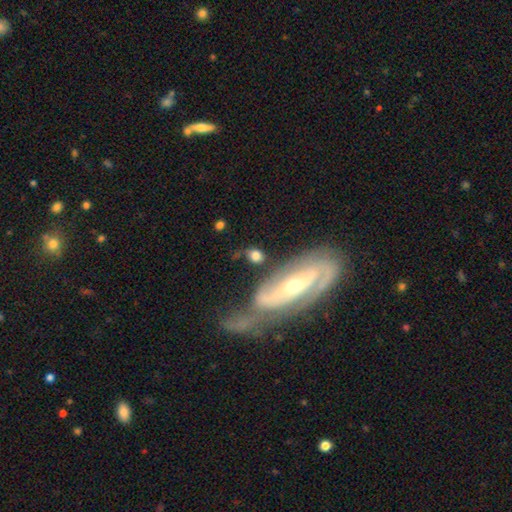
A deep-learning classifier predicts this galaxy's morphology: type=smooth (66%); roundness=in between (52%); merging=none (57%).